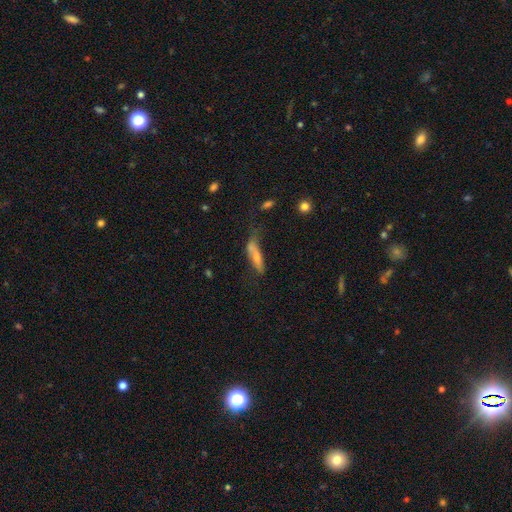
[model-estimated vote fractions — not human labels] Smooth or featured: smooth — 61% (featured or disk — 31%)
How rounded: cigar-shaped — 72% (in between — 26%)
Merging: none — 40% (minor disturbance — 29%)